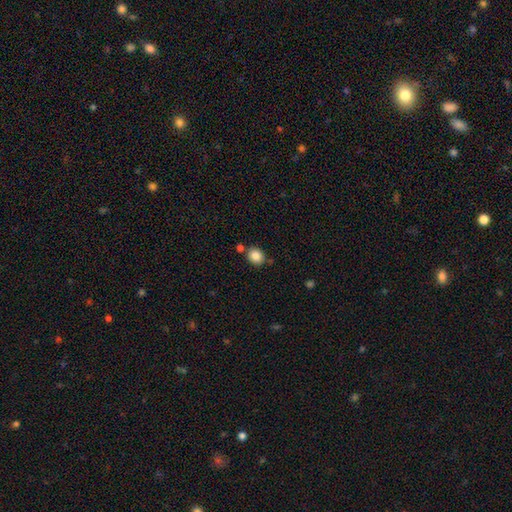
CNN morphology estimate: Q: Smooth or featured?
A: smooth (85%); runner-up: star or artifact (10%)
Q: How rounded?
A: round (70%); runner-up: in between (29%)
Q: Merging?
A: none (75%); runner-up: merger (11%)